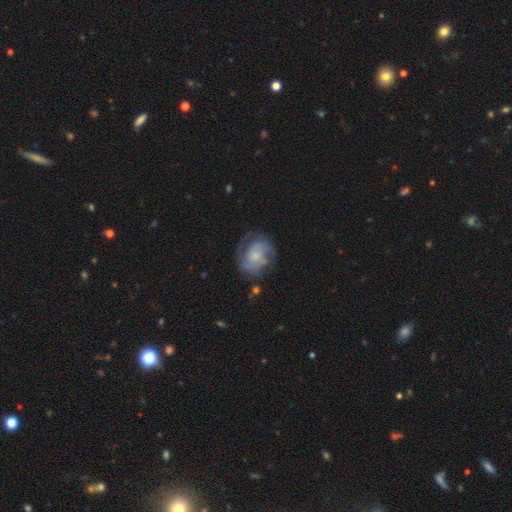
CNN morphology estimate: smooth-or-featured: featured or disk: 68% | smooth: 25% | star or artifact: 7%
  disk-edge-on: no: 98% | yes: 2%
    bar: no: 76% | weak: 20% | strong: 3%
    has-spiral-arms: yes: 87% | no: 13%
      spiral-winding: tight: 43% | medium: 40% | loose: 17%
      spiral-arm-count: 2: 56% | can't tell: 23% | 3: 9% | 1: 5% | 4: 3% | more than 4: 3%
    bulge-size: small: 65% | moderate: 24% | none: 7% | large: 3% | dominant: 1%
  merging: none: 62% | minor disturbance: 22% | major disturbance: 14% | merger: 2%